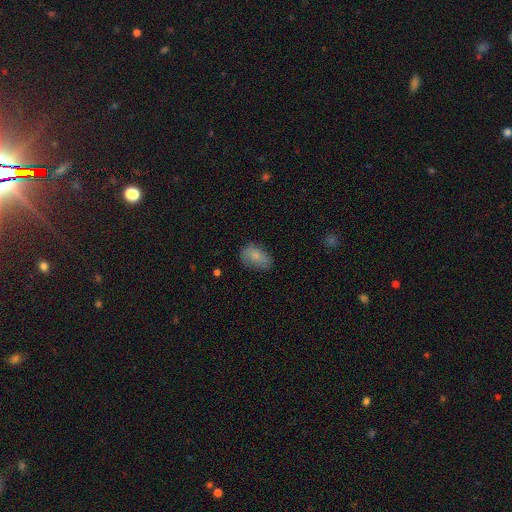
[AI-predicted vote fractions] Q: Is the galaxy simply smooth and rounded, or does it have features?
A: smooth — 80%.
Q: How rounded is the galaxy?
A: in between — 88%.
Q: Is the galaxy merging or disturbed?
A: none — 66%.